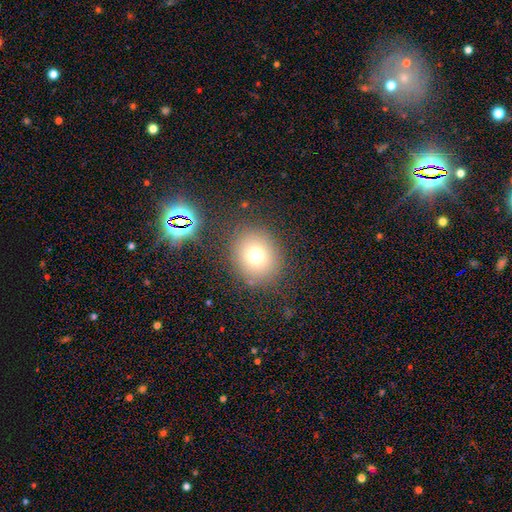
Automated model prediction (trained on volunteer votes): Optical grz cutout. It shows a smooth galaxy with no disk features (72%) that is round (74%). Merging: none (83%).